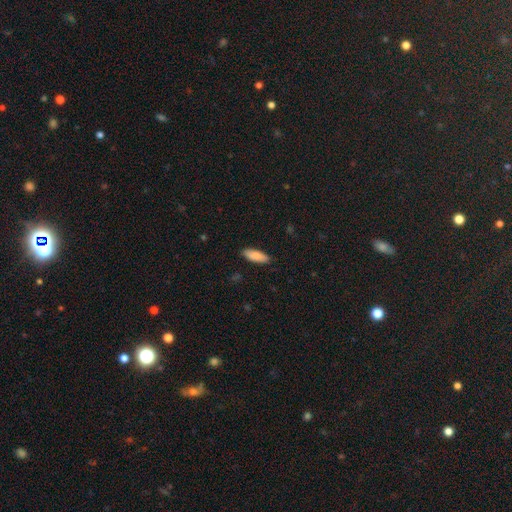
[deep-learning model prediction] Smooth or featured? Predicted: smooth (p=0.88). How rounded? Predicted: in between (p=0.67). Merging? Predicted: none (p=0.87).